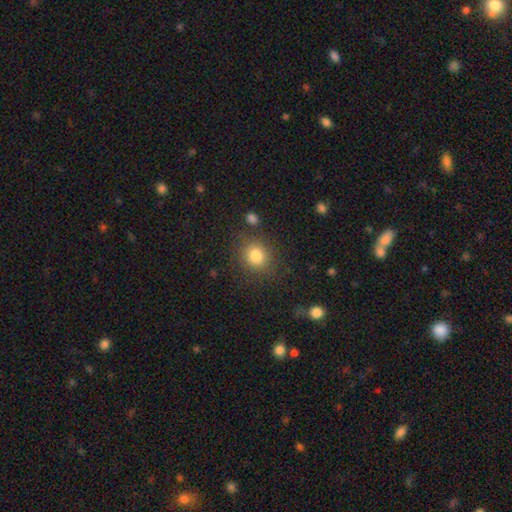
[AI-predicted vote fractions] smooth 82%, star or artifact 11%, featured or disk 7%. Down the decision tree: how rounded — round (81%); merging — none (82%).